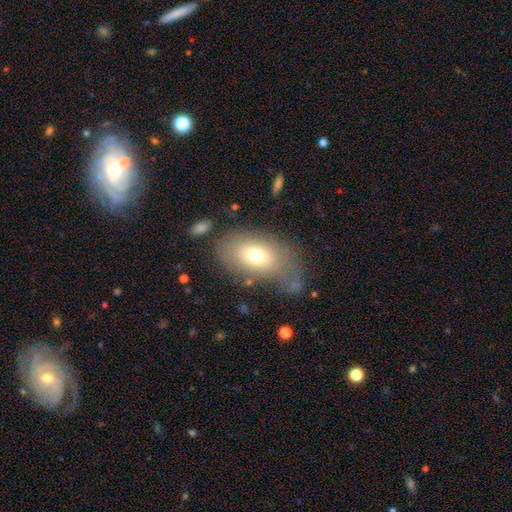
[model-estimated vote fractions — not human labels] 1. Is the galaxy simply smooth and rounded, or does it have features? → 68% smooth, 23% featured or disk, 9% star or artifact.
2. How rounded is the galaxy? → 88% in between, 10% round, 2% cigar-shaped.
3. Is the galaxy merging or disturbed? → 54% none, 23% minor disturbance, 16% major disturbance, 7% merger.